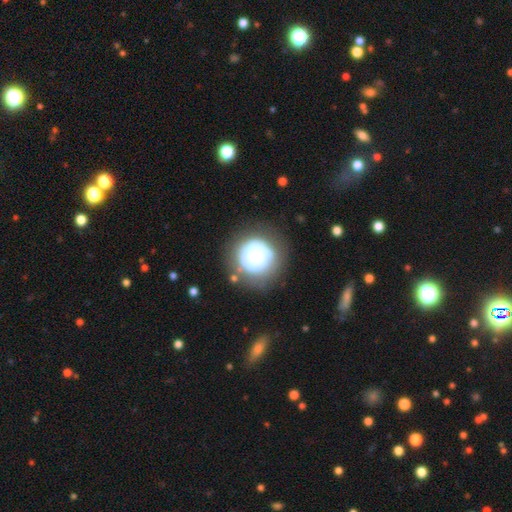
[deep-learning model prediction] The model was most divided on "smooth or featured": featured or disk: 49%, smooth: 44%, star or artifact: 7%. More confident: merging — none (66%).